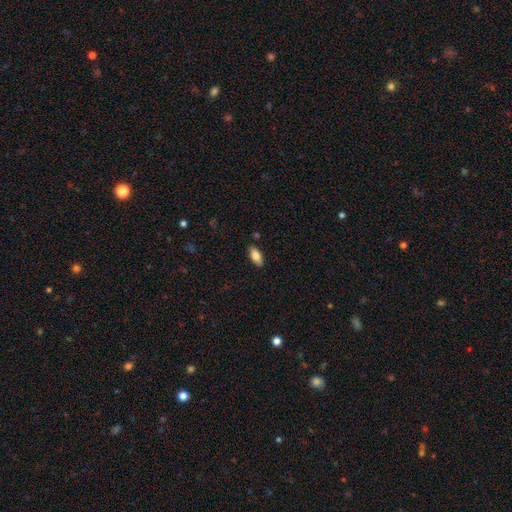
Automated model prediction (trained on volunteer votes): Smooth or featured? Predicted: smooth (p=0.82). How rounded? Predicted: in between (p=0.91). Merging? Predicted: none (p=0.87).